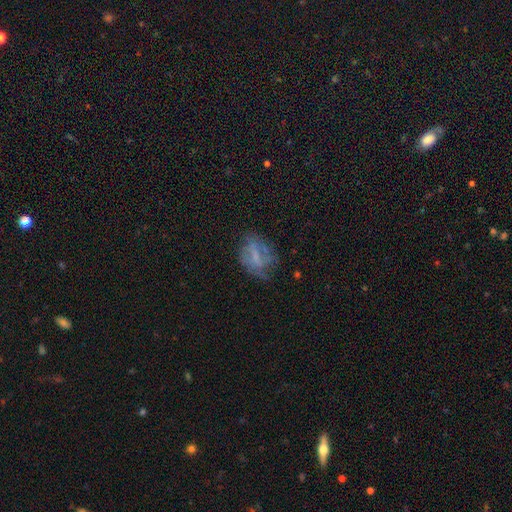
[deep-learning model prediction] Overall: featured or disk (53%; smooth 34%). Edge-on disk: no (95%). Bar: weak (41%; no 38%). Spiral arms: yes (51%; no 49%). Bulge size: none (48%; small 31%). Merging: none (49%; minor disturbance 26%).